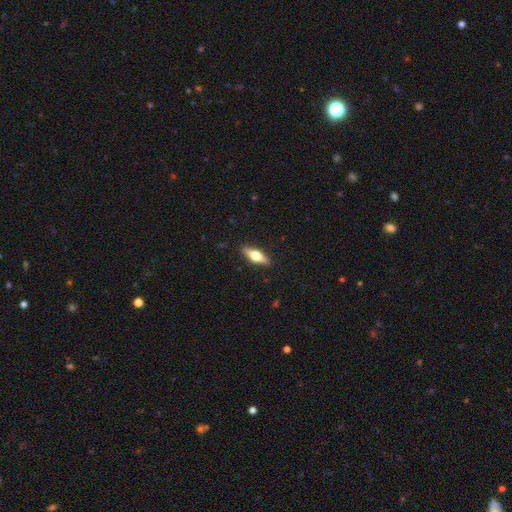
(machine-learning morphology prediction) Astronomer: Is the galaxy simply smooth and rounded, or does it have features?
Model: featured or disk — 51% (runner-up: smooth, 42%).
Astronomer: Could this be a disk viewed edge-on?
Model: yes — 92%.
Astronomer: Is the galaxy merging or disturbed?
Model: none — 89%.